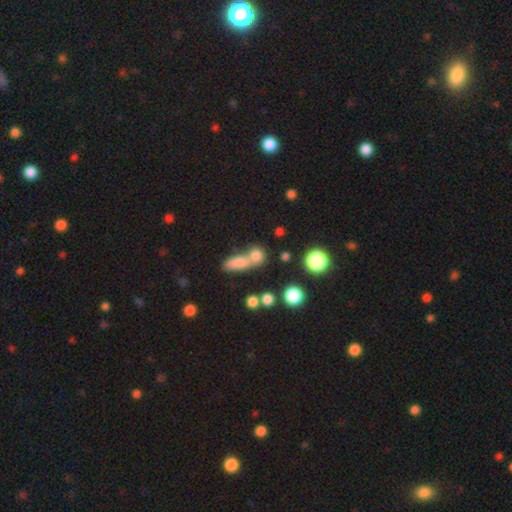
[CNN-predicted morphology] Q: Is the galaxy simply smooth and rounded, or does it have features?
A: smooth — 73%.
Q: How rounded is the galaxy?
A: round — 52%.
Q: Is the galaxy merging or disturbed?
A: merger — 49%.